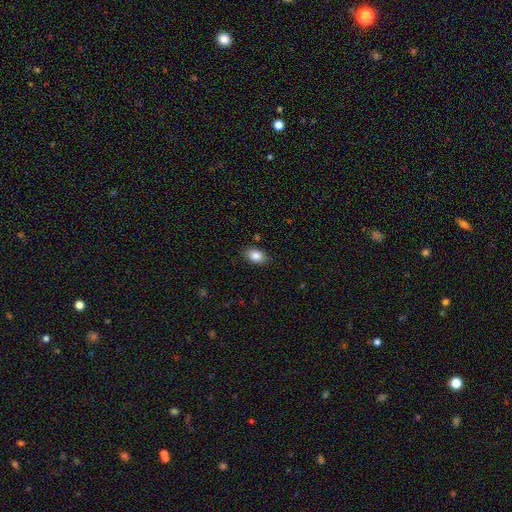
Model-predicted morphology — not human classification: A smooth galaxy with no disk features (86%) that is in between round and cigar-shaped (85%).

Vote fractions:
- Smooth or featured? smooth: 86% / star or artifact: 8% / featured or disk: 6%
- How rounded? in between: 85% / round: 14% / cigar-shaped: 1%
- Merging? none: 86% / minor disturbance: 11% / major disturbance: 2% / merger: 1%